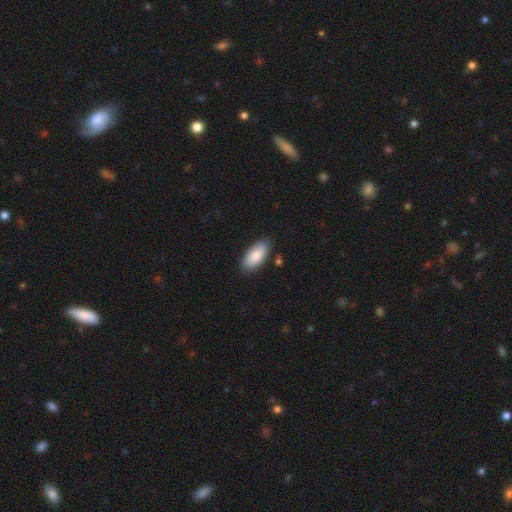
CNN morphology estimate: A smooth galaxy with no disk features (86%) that is in between round and cigar-shaped (91%).

Vote fractions:
- Smooth or featured? smooth: 86% / featured or disk: 8% / star or artifact: 6%
- How rounded? in between: 91% / cigar-shaped: 7% / round: 2%
- Merging? none: 84% / minor disturbance: 12% / major disturbance: 2% / merger: 2%